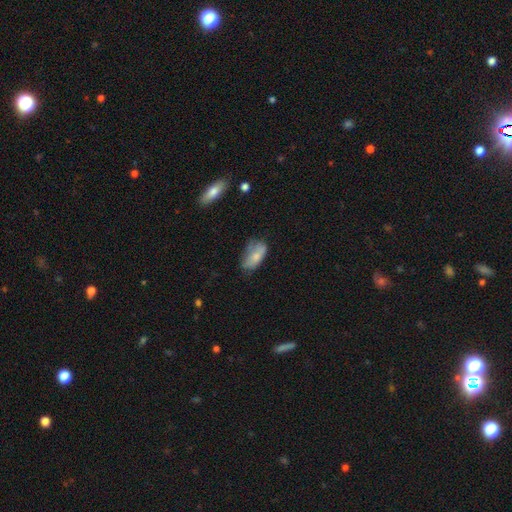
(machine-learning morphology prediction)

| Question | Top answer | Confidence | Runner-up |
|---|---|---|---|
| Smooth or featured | smooth | 71% | featured or disk (21%) |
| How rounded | in between | 90% | cigar-shaped (6%) |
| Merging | none | 42% | minor disturbance (35%) |